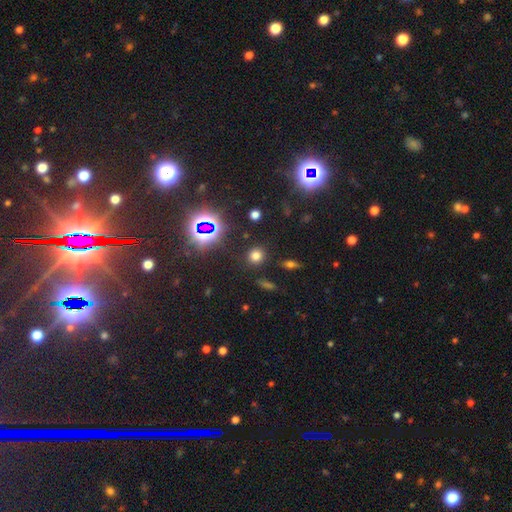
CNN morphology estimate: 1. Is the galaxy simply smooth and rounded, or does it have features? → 68% smooth, 25% star or artifact, 8% featured or disk.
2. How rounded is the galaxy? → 84% round, 14% in between, 2% cigar-shaped.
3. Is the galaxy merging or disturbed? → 86% none, 8% minor disturbance, 3% major disturbance, 3% merger.